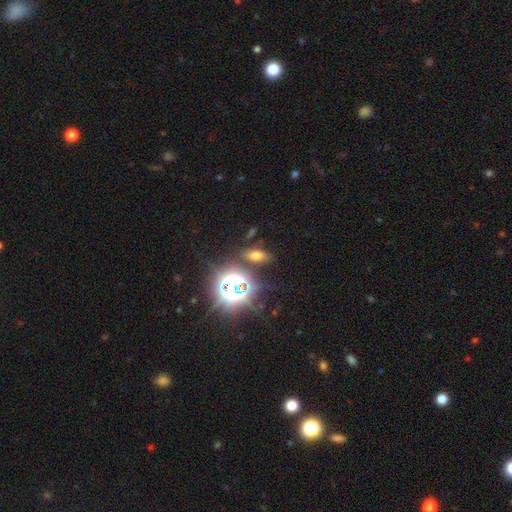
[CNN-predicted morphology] A smooth galaxy with no disk features (52%) that is in between round and cigar-shaped (75%). Merging: none (81%).